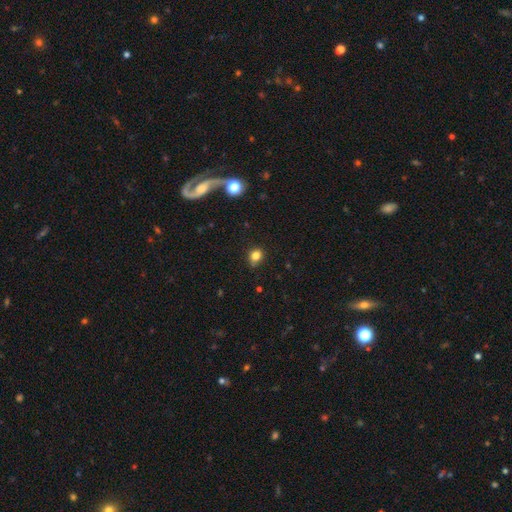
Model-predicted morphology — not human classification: This appears to be a smooth galaxy with no disk features (82%) that is round (65%). Merging: none (75%).